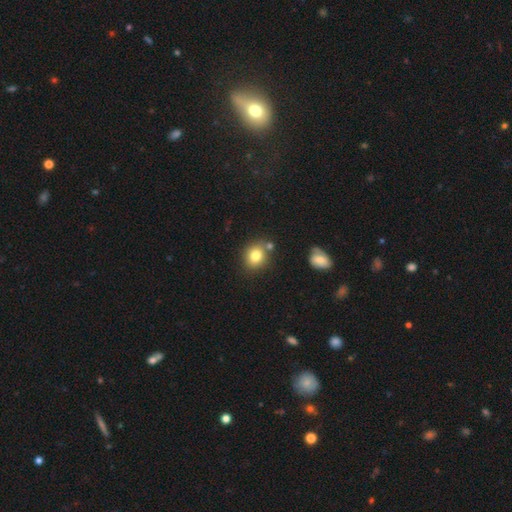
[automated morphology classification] Smooth or featured: smooth — 81% (star or artifact — 10%)
How rounded: round — 69% (in between — 30%)
Merging: none — 73% (merger — 12%)